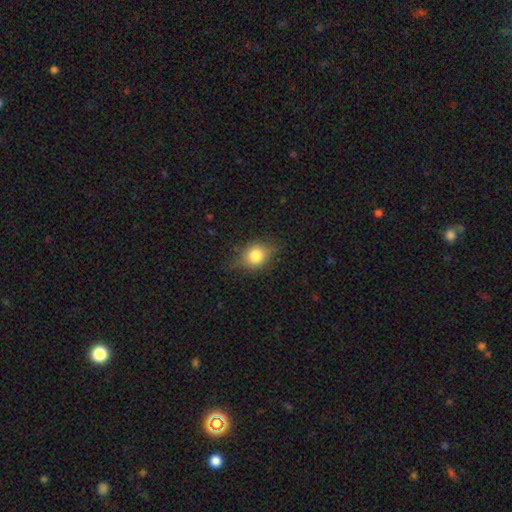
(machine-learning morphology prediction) smooth-or-featured: smooth: 75% | featured or disk: 14% | star or artifact: 10%
  how-rounded: round: 56% | in between: 42% | cigar-shaped: 2%
  merging: none: 68% | minor disturbance: 24% | major disturbance: 6% | merger: 1%